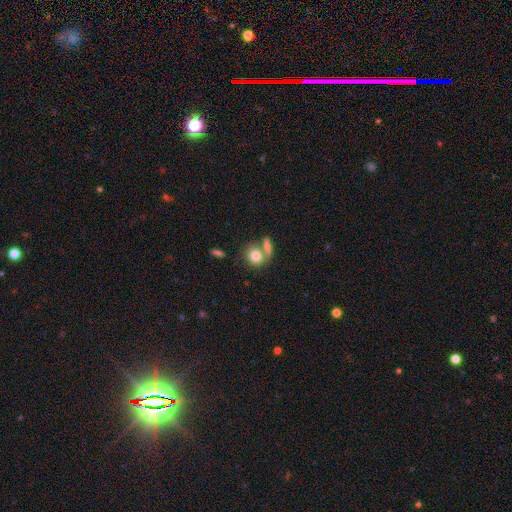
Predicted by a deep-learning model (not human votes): The model was most divided on "merging": none: 47%, merger: 38%, minor disturbance: 10%, major disturbance: 5%. More confident: smooth or featured — smooth (79%); how rounded — round (66%).